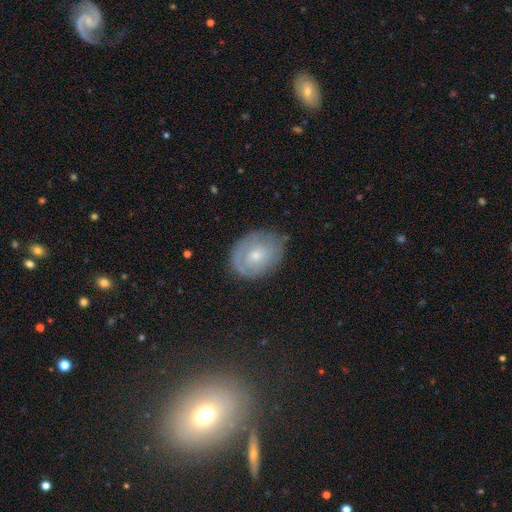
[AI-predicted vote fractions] A featured or disk galaxy (51%).

Vote fractions:
- Smooth or featured? featured or disk: 51% / smooth: 42% / star or artifact: 8%
- Edge-on disk? no: 95% / yes: 5%
- Merging? none: 69% / minor disturbance: 23% / major disturbance: 6% / merger: 1%